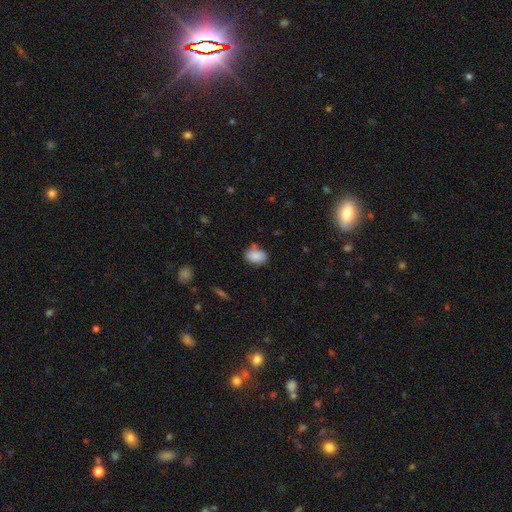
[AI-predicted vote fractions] A smooth galaxy with no disk features (86%) that is in between round and cigar-shaped (74%). Merging: none (67%).